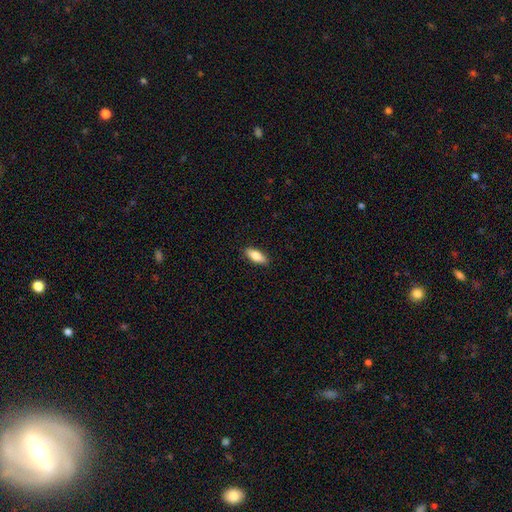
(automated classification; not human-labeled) Smooth or featured? Predicted: smooth (p=0.78). How rounded? Predicted: in between (p=0.74). Merging? Predicted: none (p=0.89).